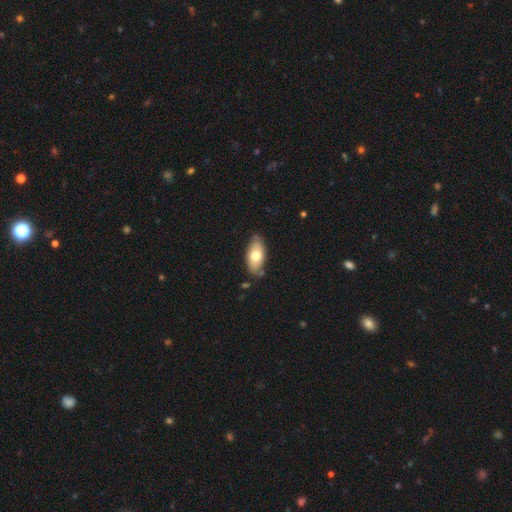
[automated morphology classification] The model was most divided on "smooth or featured": smooth: 69%, featured or disk: 24%, star or artifact: 6%. More confident: how rounded — in between (89%); merging — none (78%).